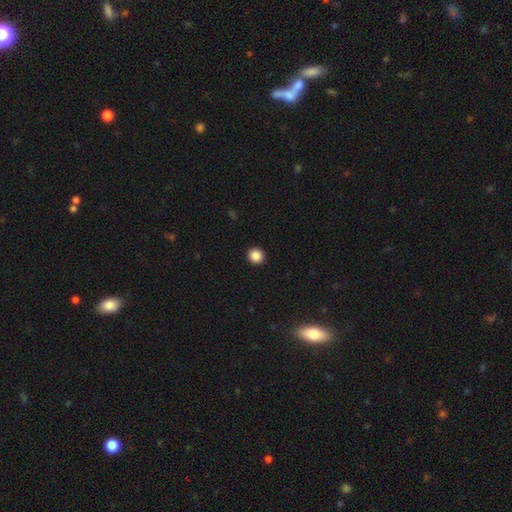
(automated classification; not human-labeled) This appears to be a smooth galaxy with no disk features (87%) that is round (92%). Merging: none (93%).